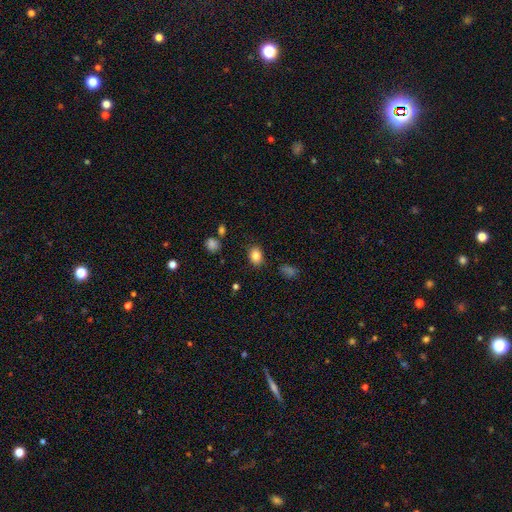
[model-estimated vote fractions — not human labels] Smooth or featured: smooth — 83% (star or artifact — 10%)
How rounded: in between — 64% (round — 35%)
Merging: none — 85% (minor disturbance — 10%)